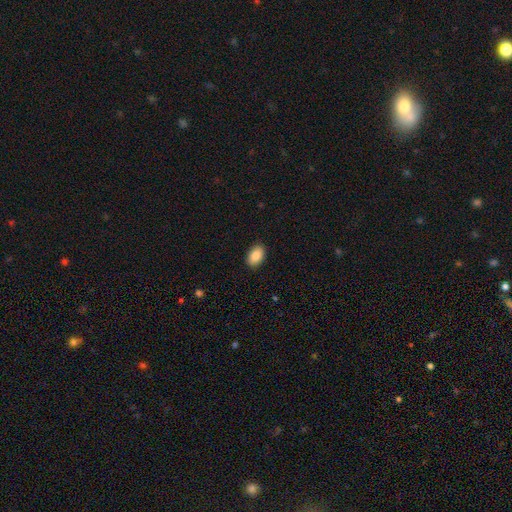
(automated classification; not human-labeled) A smooth galaxy with no disk features (88%) that is in between round and cigar-shaped (90%).

Vote fractions:
- Smooth or featured? smooth: 88% / star or artifact: 7% / featured or disk: 5%
- How rounded? in between: 90% / round: 9% / cigar-shaped: 1%
- Merging? none: 90% / minor disturbance: 7% / major disturbance: 2% / merger: 1%